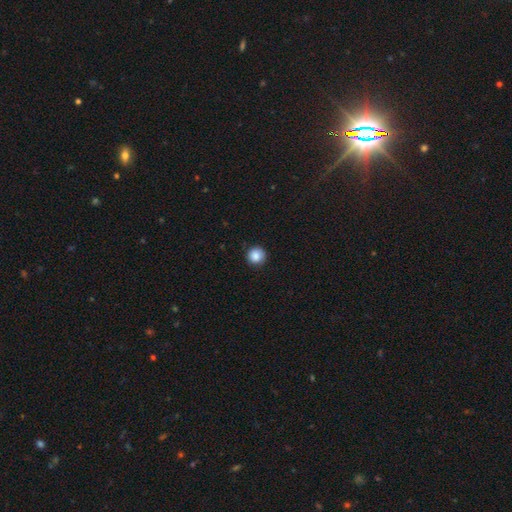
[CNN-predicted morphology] A smooth galaxy with no disk features (87%) that is round (95%). Merging: none (90%).